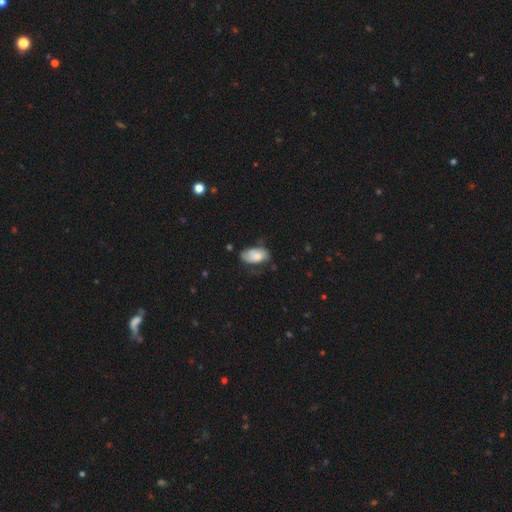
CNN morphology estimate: A smooth galaxy with no disk features (65%) that is in between round and cigar-shaped (93%).

Vote fractions:
- Smooth or featured? smooth: 65% / featured or disk: 28% / star or artifact: 7%
- How rounded? in between: 93% / round: 4% / cigar-shaped: 3%
- Merging? none: 48% / minor disturbance: 35% / major disturbance: 14% / merger: 3%